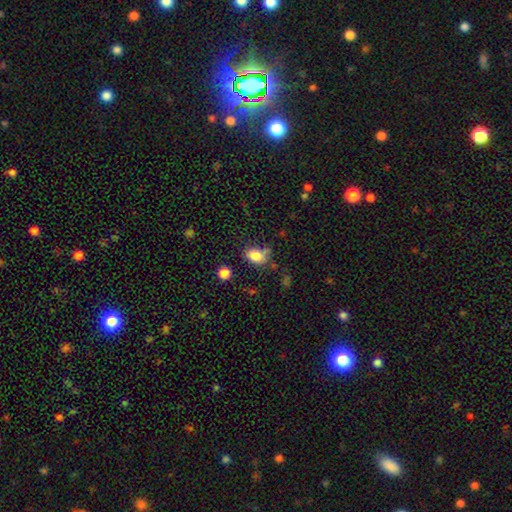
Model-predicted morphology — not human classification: Overall: smooth (83%). How rounded: in between (76%). Merging: none (60%; minor disturbance 24%).